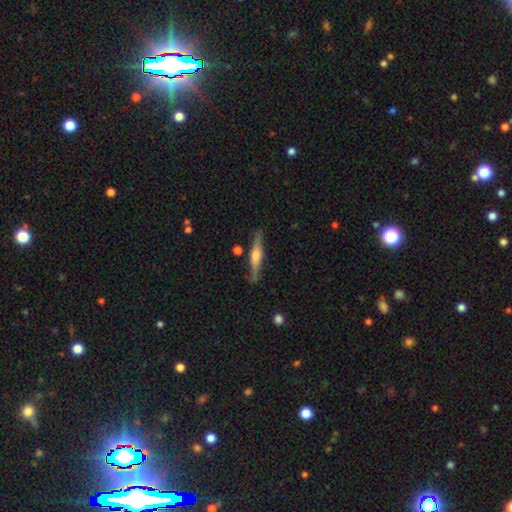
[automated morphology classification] featured or disk 68%, smooth 27%, star or artifact 6%. Down the decision tree: edge-on disk — yes (96%); edge-on bulge — rounded (77%); merging — none (84%).